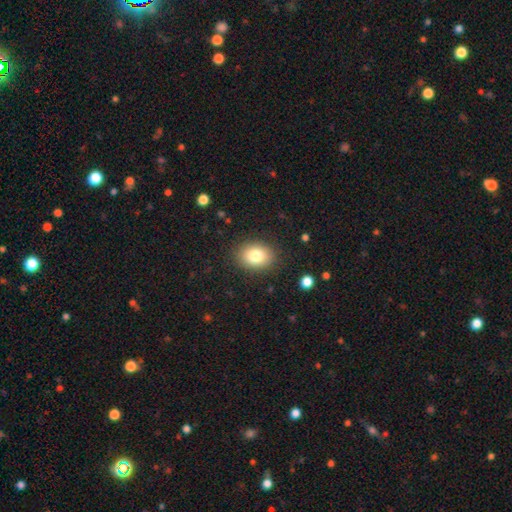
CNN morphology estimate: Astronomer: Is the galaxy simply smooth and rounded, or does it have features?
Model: smooth — 80%.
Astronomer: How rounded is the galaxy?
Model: in between — 56% (runner-up: round, 43%).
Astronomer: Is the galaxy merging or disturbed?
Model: none — 87%.